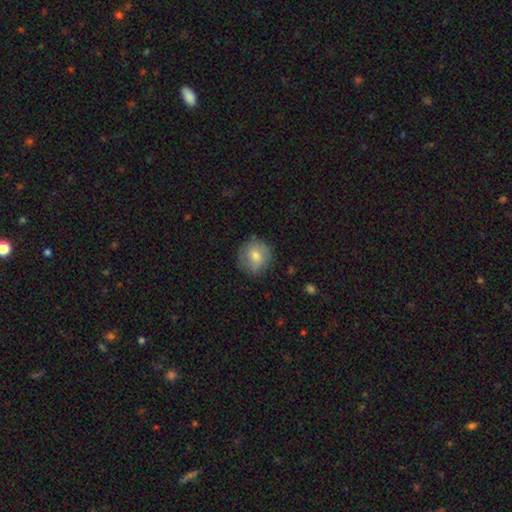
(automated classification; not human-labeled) Smooth or featured? Predicted: smooth (p=0.72). How rounded? Predicted: round (p=0.91). Merging? Predicted: none (p=0.81).